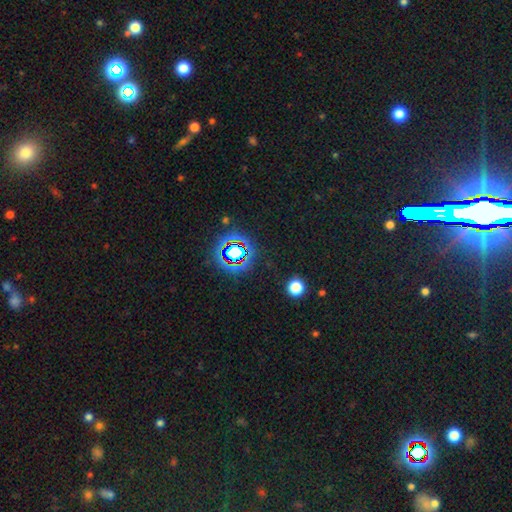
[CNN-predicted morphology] star or artifact 72%, smooth 15%, featured or disk 13%.